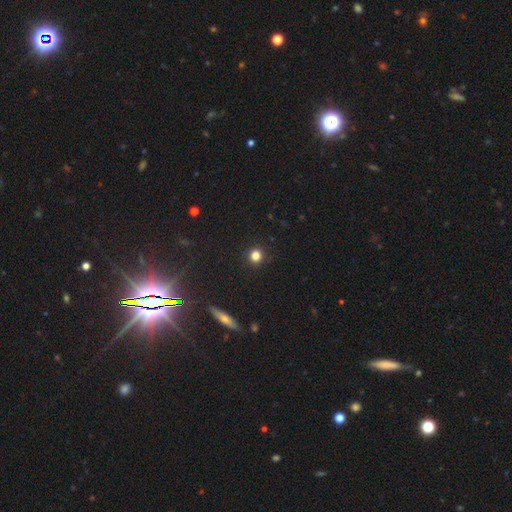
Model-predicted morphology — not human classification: A smooth galaxy with no disk features (82%) that is round (91%). Merging: none (92%).